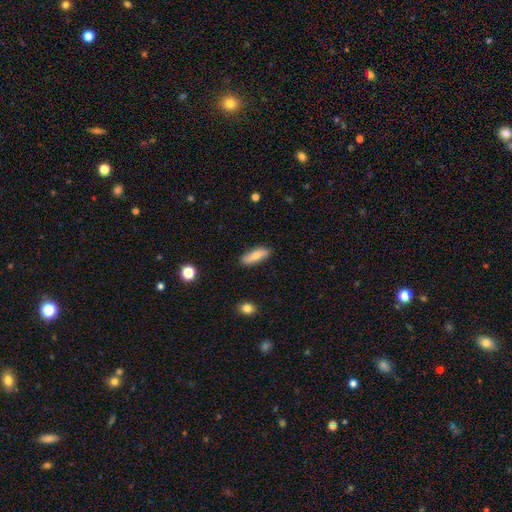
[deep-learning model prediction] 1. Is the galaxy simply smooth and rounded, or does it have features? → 71% smooth, 23% featured or disk, 6% star or artifact.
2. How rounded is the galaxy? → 55% in between, 42% cigar-shaped, 3% round.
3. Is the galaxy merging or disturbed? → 85% none, 12% minor disturbance, 2% major disturbance, 2% merger.